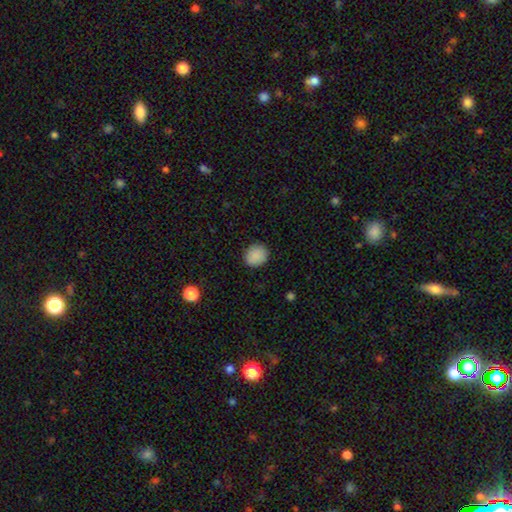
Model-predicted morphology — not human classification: Overall: smooth (89%). How rounded: round (84%). Merging: none (89%).